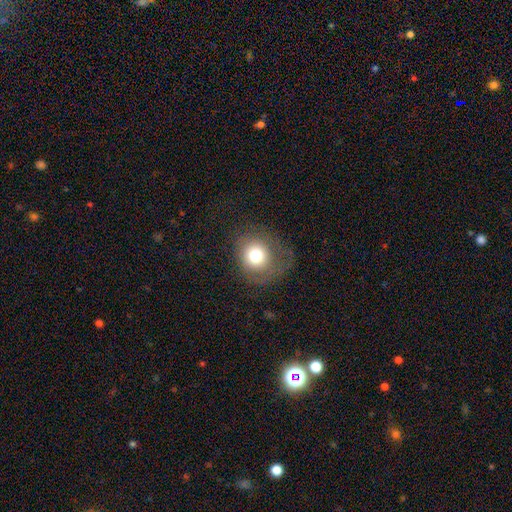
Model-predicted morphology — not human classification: Smooth or featured? Predicted: smooth (p=0.73). How rounded? Predicted: round (p=0.85). Merging? Predicted: none (p=0.64).